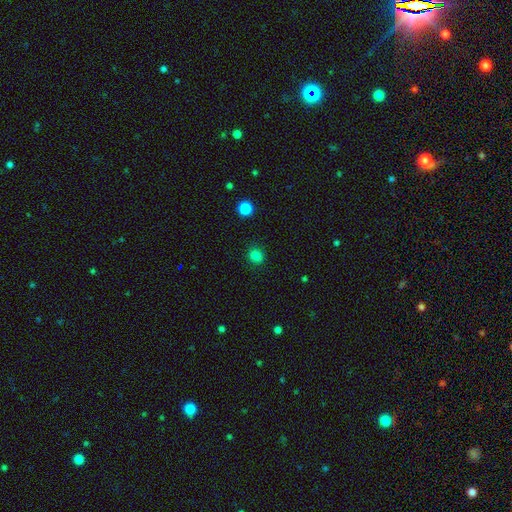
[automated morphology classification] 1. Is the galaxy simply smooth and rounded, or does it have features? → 82% smooth, 13% star or artifact, 4% featured or disk.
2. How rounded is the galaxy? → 83% round, 16% in between, 1% cigar-shaped.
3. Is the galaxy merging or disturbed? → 90% none, 7% minor disturbance, 2% major disturbance, 1% merger.